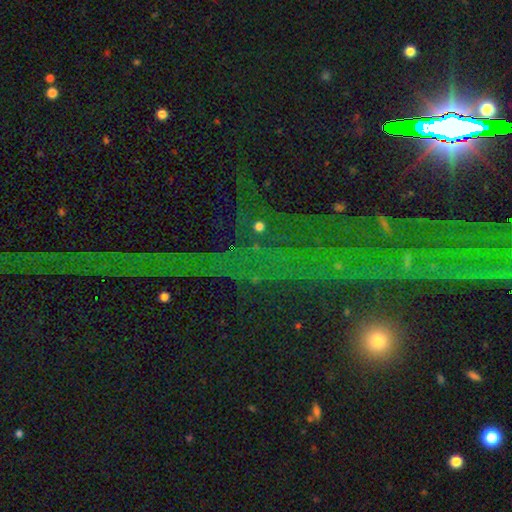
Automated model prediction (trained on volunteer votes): Q: Smooth or featured?
A: star or artifact (77%); runner-up: featured or disk (12%)